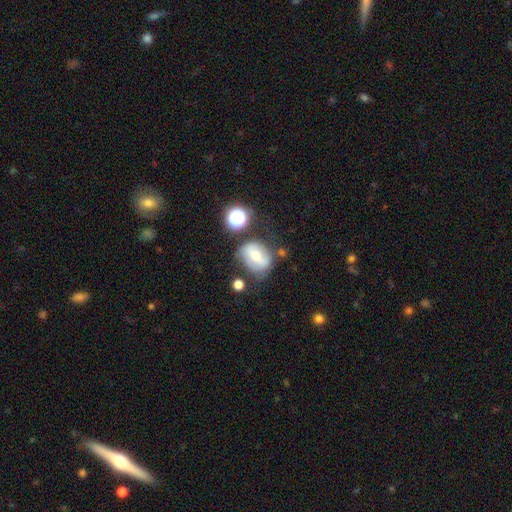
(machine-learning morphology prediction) Overall: smooth (46%; featured or disk 42%). Merging: none (50%; minor disturbance 27%).